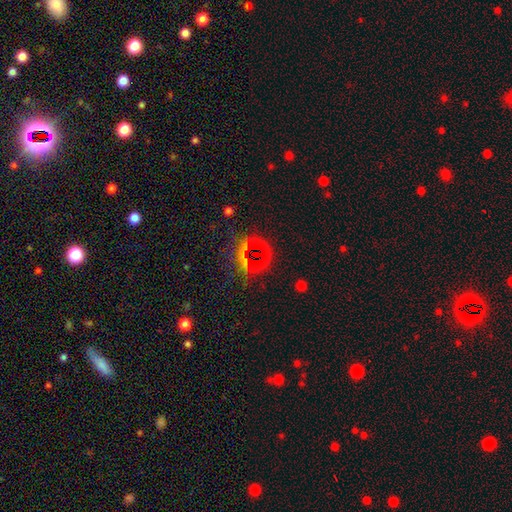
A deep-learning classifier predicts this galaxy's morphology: smooth-or-featured: star or artifact: 72% | smooth: 19% | featured or disk: 9%